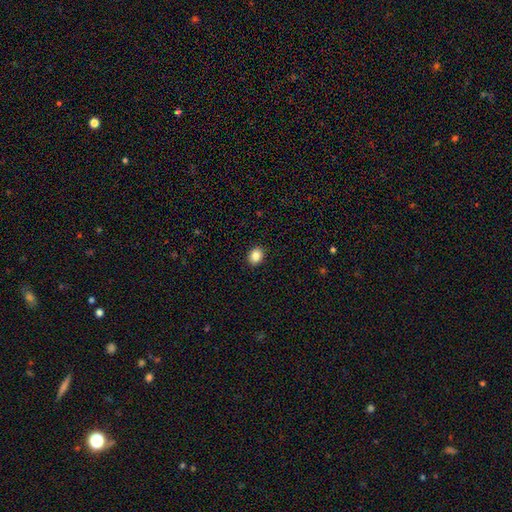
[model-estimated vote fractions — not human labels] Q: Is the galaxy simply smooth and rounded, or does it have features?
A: smooth — 86%.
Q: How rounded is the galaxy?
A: round — 54%.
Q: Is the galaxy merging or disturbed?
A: none — 91%.